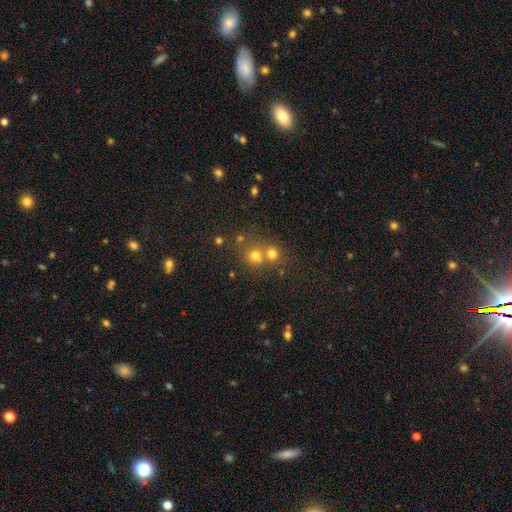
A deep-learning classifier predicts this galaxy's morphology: This is likely a smooth galaxy (68%). How rounded: clearly round (86%). Merging: possibly none (47%).